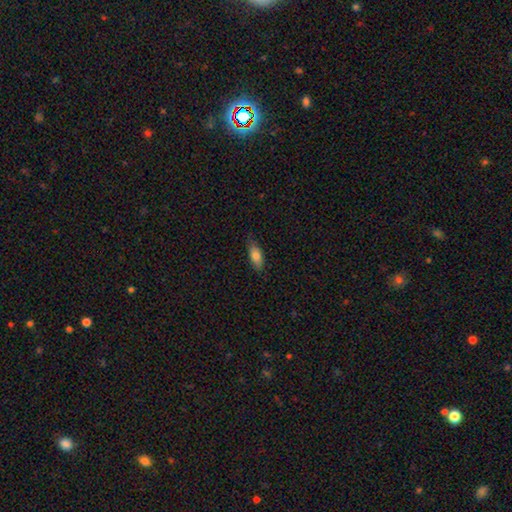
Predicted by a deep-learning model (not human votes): Overall: smooth (79%). How rounded: in between (75%). Merging: none (75%).